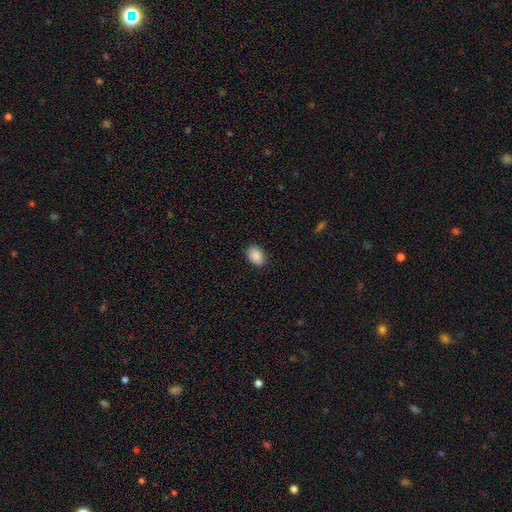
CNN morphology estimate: Smooth or featured? smooth (89%)
How rounded? in between (77%)
Merging? none (86%)